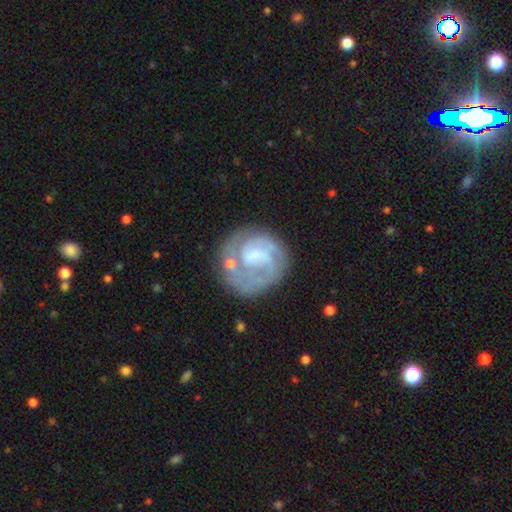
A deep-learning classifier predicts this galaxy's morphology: The model was most divided on "spiral arm count": 1: 30%, 2: 26%, can't tell: 26%, 3: 12%, 4: 3%, more than 4: 3%. Remaining: edge-on disk — no (98%); spiral arms — yes (81%); smooth or featured — featured or disk (71%); merging — none (60%); spiral winding — tight (53%); bar — no (49%); bulge size — none (38%).